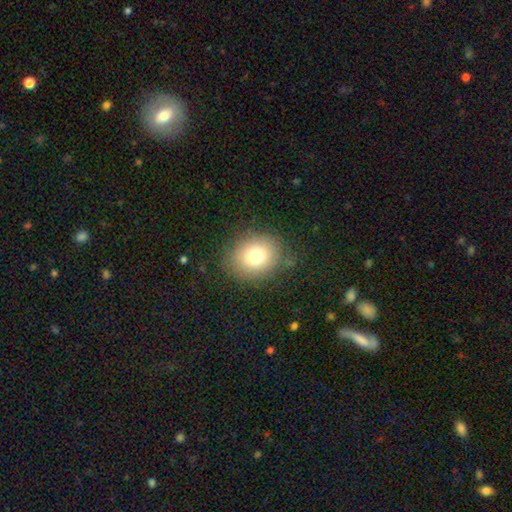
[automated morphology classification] Smooth or featured: smooth — 76% (star or artifact — 12%)
How rounded: round — 67% (in between — 32%)
Merging: none — 82% (minor disturbance — 12%)